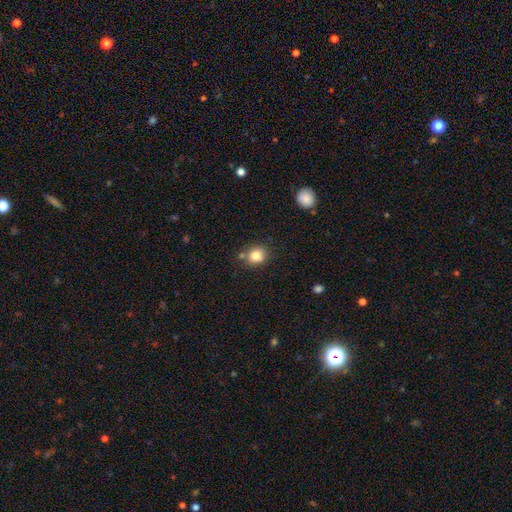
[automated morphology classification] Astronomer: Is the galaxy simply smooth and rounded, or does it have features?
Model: smooth — 83%.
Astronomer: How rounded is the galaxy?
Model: round — 76%.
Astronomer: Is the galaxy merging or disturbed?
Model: none — 73%.